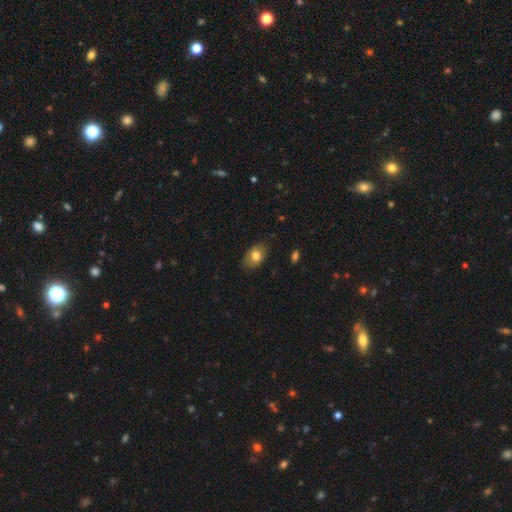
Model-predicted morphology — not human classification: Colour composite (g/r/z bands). It shows a smooth galaxy with no disk features (78%) that is in between round and cigar-shaped (85%). Merging: none (79%).